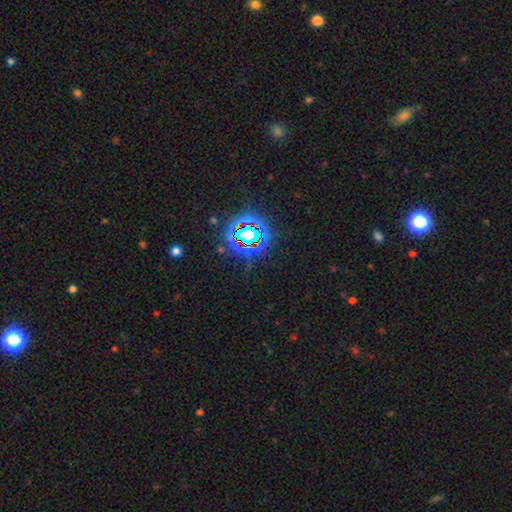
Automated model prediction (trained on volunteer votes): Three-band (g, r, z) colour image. It shows a star or artifact, not a galaxy (76%).